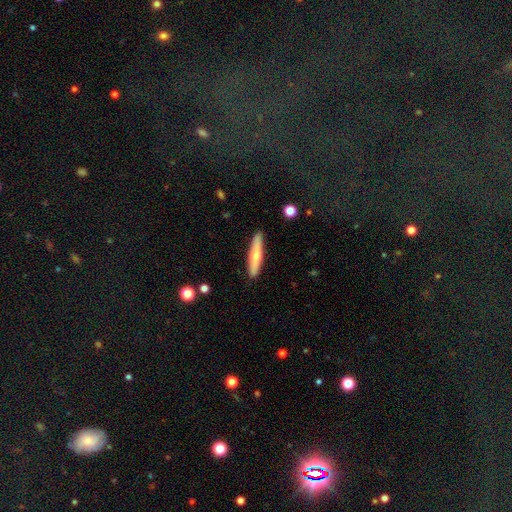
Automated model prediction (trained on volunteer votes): Smooth or featured? Predicted: smooth (p=0.59). How rounded? Predicted: cigar-shaped (p=0.87). Merging? Predicted: none (p=0.89).